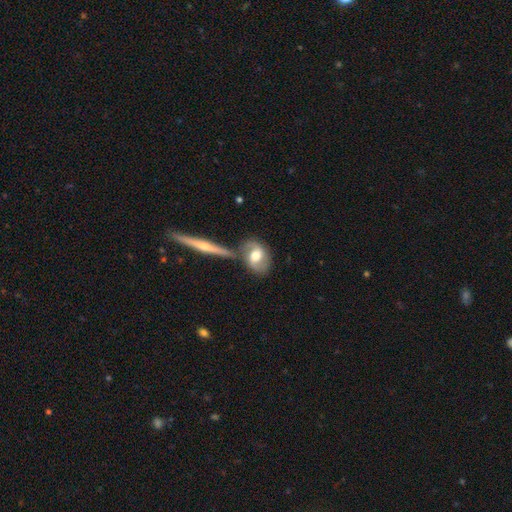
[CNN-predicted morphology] featured or disk 53%, smooth 41%, star or artifact 6%. Down the decision tree: edge-on disk — no (86%); merging — none (57%).